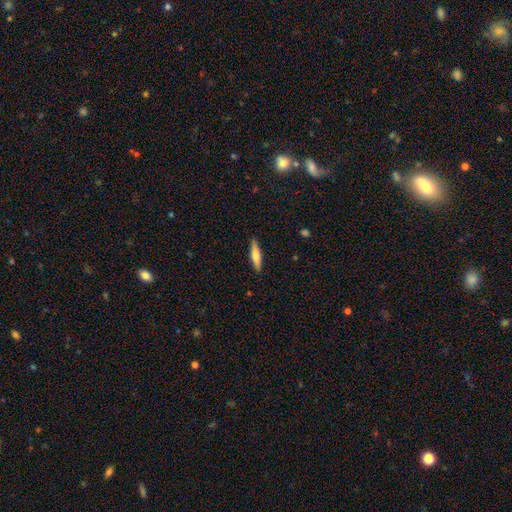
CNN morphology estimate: Q: Smooth or featured?
A: smooth (67%); runner-up: featured or disk (28%)
Q: How rounded?
A: cigar-shaped (81%); runner-up: in between (18%)
Q: Merging?
A: none (89%); runner-up: minor disturbance (8%)